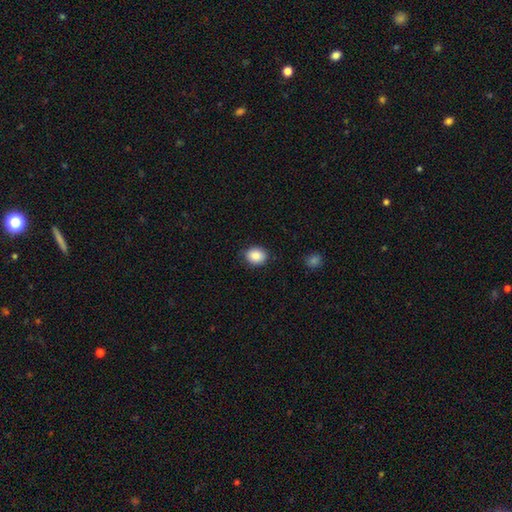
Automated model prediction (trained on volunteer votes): smooth 88%, star or artifact 8%, featured or disk 4%. Down the decision tree: how rounded — round (60%); merging — none (85%).